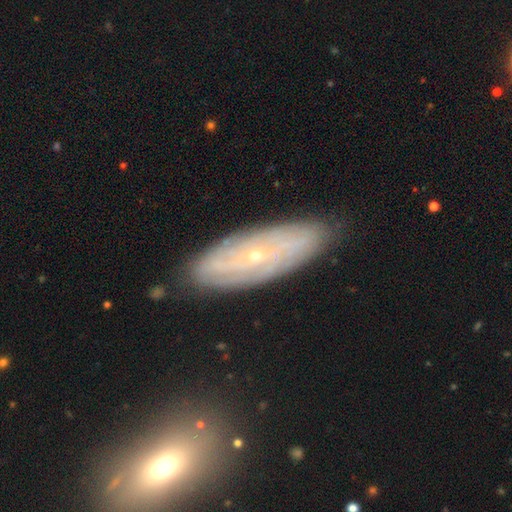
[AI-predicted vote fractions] Smooth or featured? featured or disk (75%)
Edge-on disk? no (83%)
Bar? no (76%)
Spiral arms? yes (83%)
Spiral winding? tight (72%)
Spiral arm count? can't tell (57%)
Bulge size? small (80%)
Merging? none (83%)